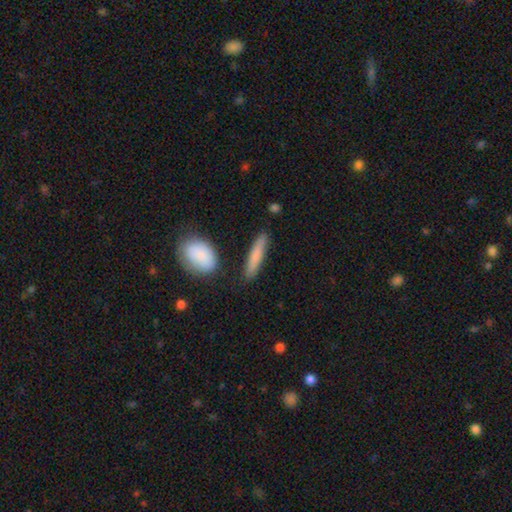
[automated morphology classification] Smooth or featured? smooth (77%)
How rounded? cigar-shaped (83%)
Merging? none (85%)